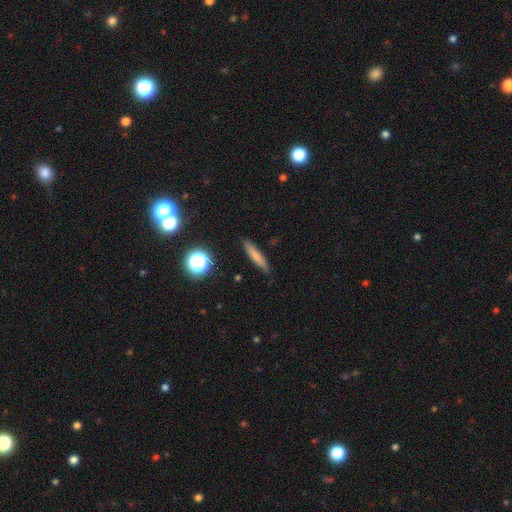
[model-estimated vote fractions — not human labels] Smooth or featured? smooth (72%)
How rounded? cigar-shaped (87%)
Merging? none (87%)